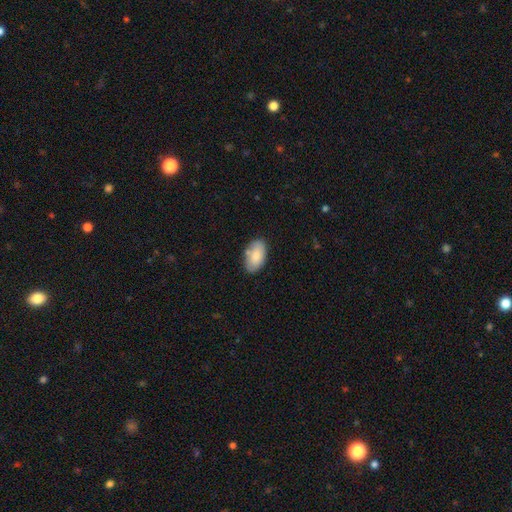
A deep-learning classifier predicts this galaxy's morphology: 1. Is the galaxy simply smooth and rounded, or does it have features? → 83% smooth, 11% featured or disk, 6% star or artifact.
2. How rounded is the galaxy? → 94% in between, 4% round, 1% cigar-shaped.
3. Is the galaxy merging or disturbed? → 75% none, 17% minor disturbance, 5% merger, 3% major disturbance.